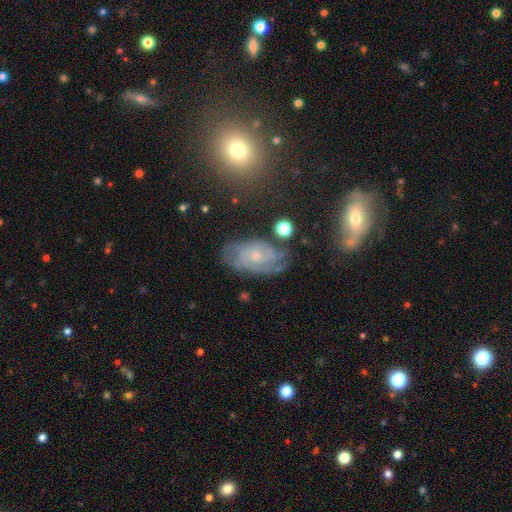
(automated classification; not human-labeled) Smooth or featured: featured or disk — 80% (smooth — 13%)
Edge-on disk: no — 96% (yes — 4%)
Bar: no — 69% (weak — 27%)
Spiral arms: yes — 94% (no — 6%)
Spiral winding: tight — 61% (medium — 31%)
Spiral arm count: can't tell — 33% (2 — 27%)
Bulge size: small — 71% (moderate — 22%)
Merging: none — 68% (minor disturbance — 21%)